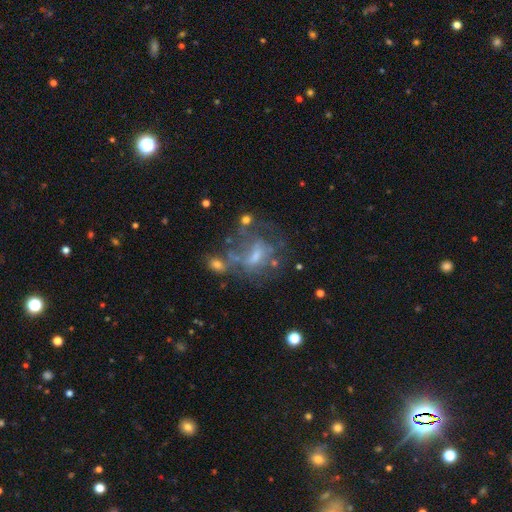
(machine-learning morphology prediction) Q: Smooth or featured?
A: featured or disk (58%); runner-up: smooth (27%)
Q: Edge-on disk?
A: no (96%); runner-up: yes (4%)
Q: Bar?
A: no (49%); runner-up: weak (39%)
Q: Spiral arms?
A: no (66%); runner-up: yes (34%)
Q: Bulge size?
A: small (45%); runner-up: moderate (29%)
Q: Merging?
A: none (34%); runner-up: major disturbance (32%)